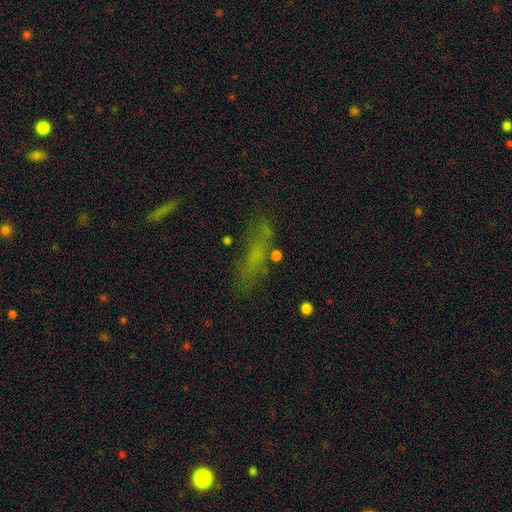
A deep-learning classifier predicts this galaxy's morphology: The model was most divided on "how rounded": cigar-shaped: 56%, in between: 39%, round: 5%. More confident: merging — none (65%); smooth or featured — smooth (55%).